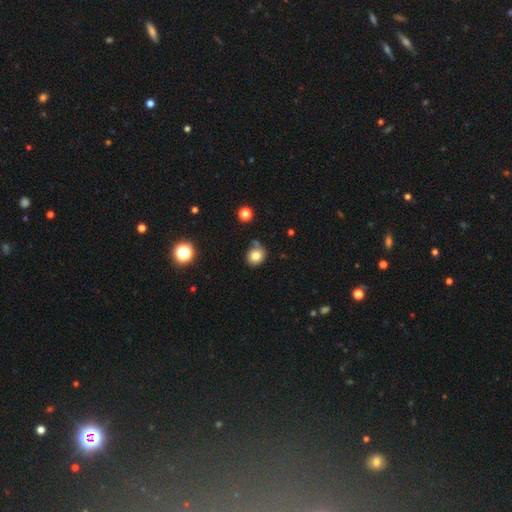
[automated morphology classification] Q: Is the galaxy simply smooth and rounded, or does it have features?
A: smooth — 78%.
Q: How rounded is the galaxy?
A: round — 76%.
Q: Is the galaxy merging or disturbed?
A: none — 65%.